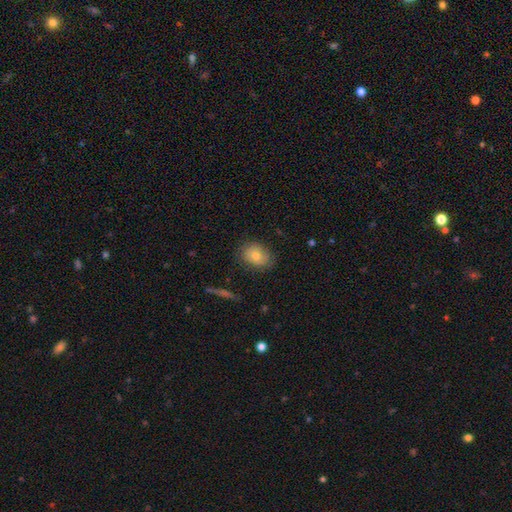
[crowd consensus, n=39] This appears to be a smooth galaxy with no disk features (72%) that is in between round and cigar-shaped (61%). Merging: none (89%).